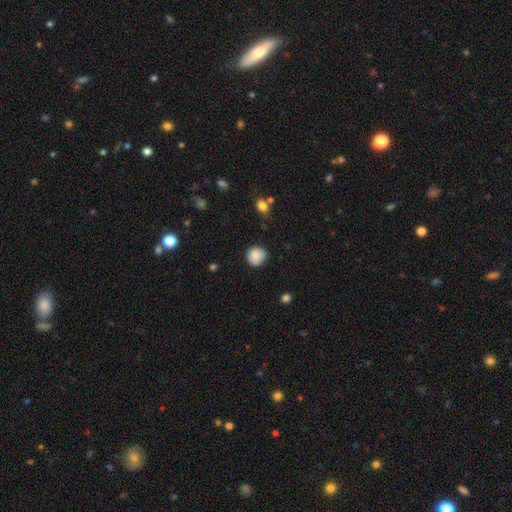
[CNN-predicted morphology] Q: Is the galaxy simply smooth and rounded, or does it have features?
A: smooth — 86%.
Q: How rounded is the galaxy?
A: round — 88%.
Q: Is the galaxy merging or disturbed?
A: none — 81%.